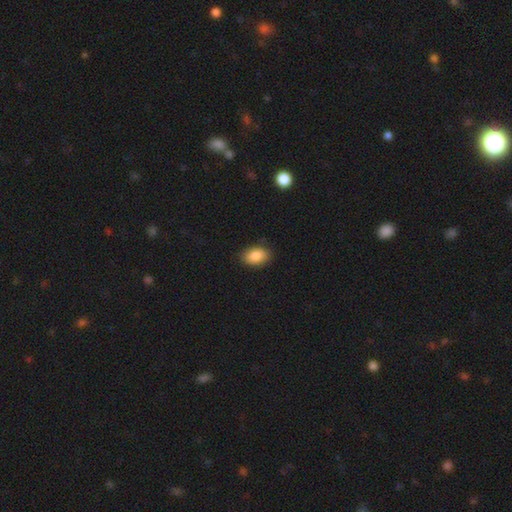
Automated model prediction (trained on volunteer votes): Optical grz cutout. It shows a smooth galaxy with no disk features (87%) that is in between round and cigar-shaped (86%). Merging: none (86%).